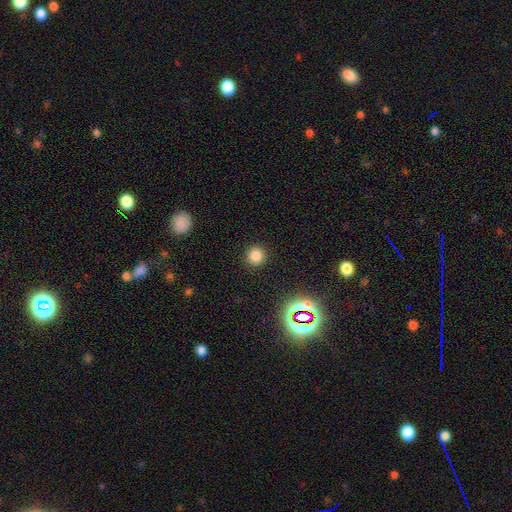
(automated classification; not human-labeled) Overall: smooth (80%). How rounded: round (93%). Merging: none (91%).